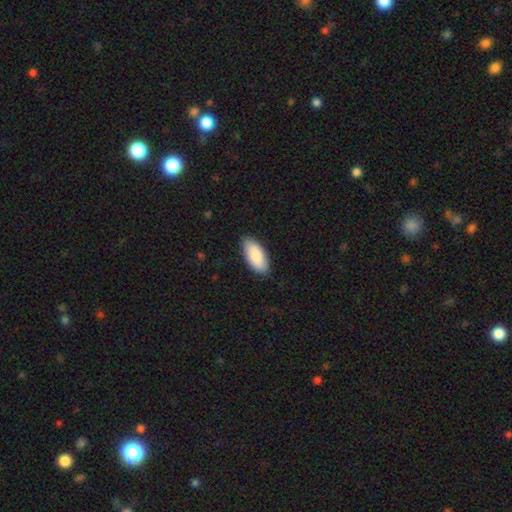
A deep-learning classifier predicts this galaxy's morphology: This is clearly a smooth galaxy (86%). How rounded: clearly in between (91%). Merging: clearly none (85%).